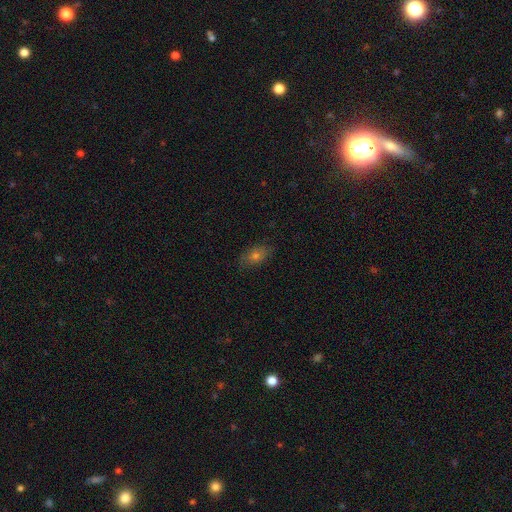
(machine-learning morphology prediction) The model was most divided on "smooth or featured": smooth: 61%, featured or disk: 22%, star or artifact: 17%. More confident: how rounded — in between (81%); merging — none (81%).